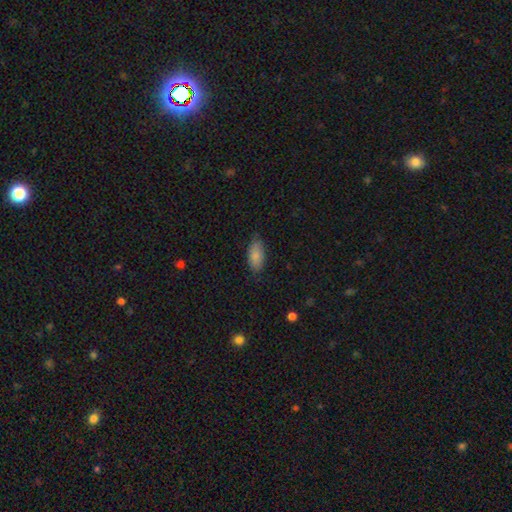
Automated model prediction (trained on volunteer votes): Smooth or featured? Predicted: smooth (p=0.85). How rounded? Predicted: in between (p=0.90). Merging? Predicted: none (p=0.77).